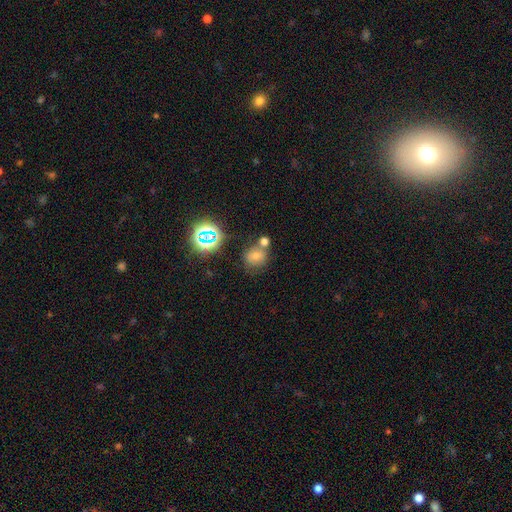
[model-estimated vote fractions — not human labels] The model was most divided on "merging": none: 56%, merger: 26%, minor disturbance: 13%, major disturbance: 5%. More confident: how rounded — round (68%); smooth or featured — smooth (63%).